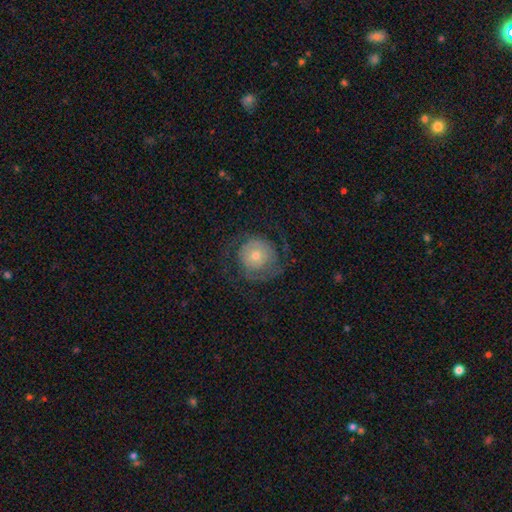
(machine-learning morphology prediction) Smooth or featured? featured or disk (62%)
Edge-on disk? no (97%)
Bar? no (82%)
Spiral arms? yes (79%)
Bulge size? small (52%)
Merging? none (66%)